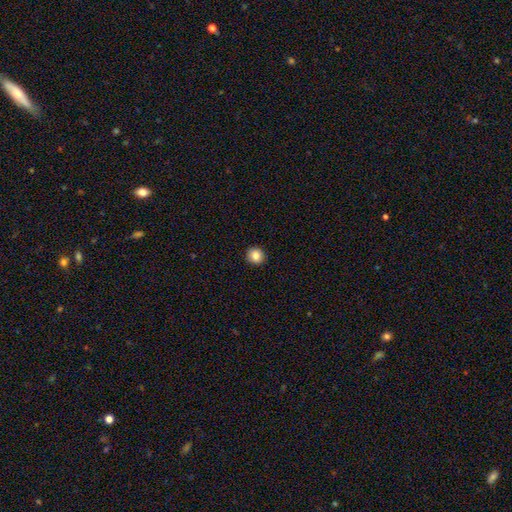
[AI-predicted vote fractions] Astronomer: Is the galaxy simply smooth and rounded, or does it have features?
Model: smooth — 86%.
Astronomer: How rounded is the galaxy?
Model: round — 90%.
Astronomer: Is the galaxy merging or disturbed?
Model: none — 92%.